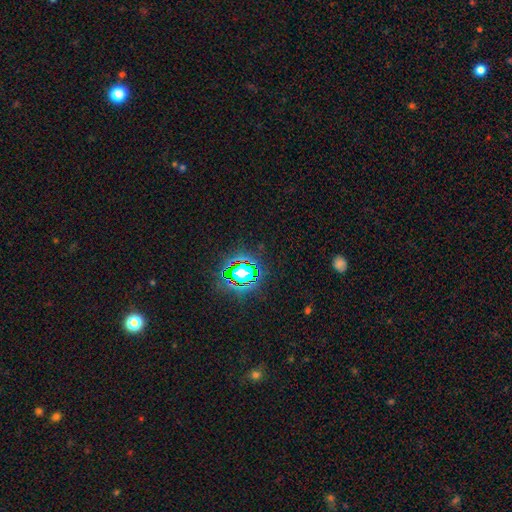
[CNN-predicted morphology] The model was most divided on "smooth or featured": star or artifact: 81%, smooth: 12%, featured or disk: 7%.